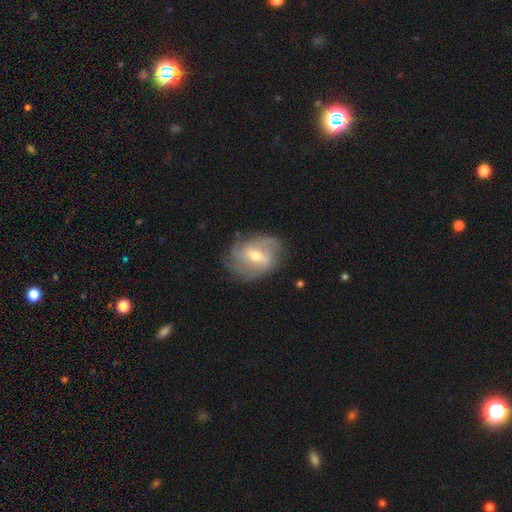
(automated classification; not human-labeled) A featured or disk galaxy (79%) with a weak bar (53%), 2 (28%, tied with can't tell) medium (41%) spiral arms (90%) and a moderate central bulge (65%). Merging: none (71%).